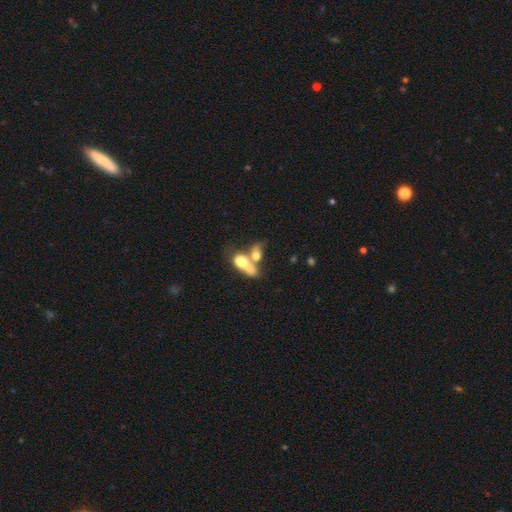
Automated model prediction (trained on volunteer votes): This is likely a smooth galaxy (62%). How rounded: likely in between (68%). Merging: likely merger (70%).